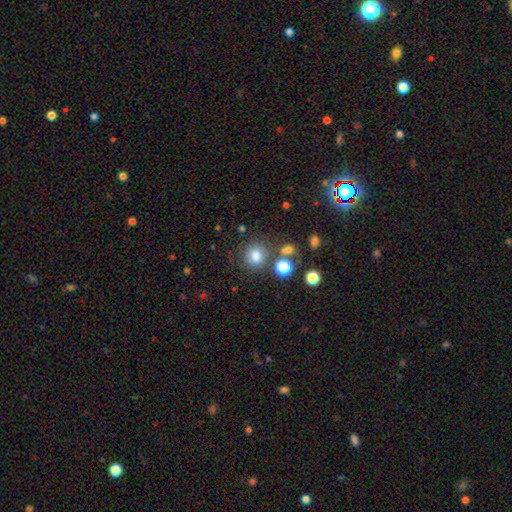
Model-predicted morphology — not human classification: This is likely a smooth galaxy (78%). How rounded: clearly round (87%). Merging: likely none (77%).